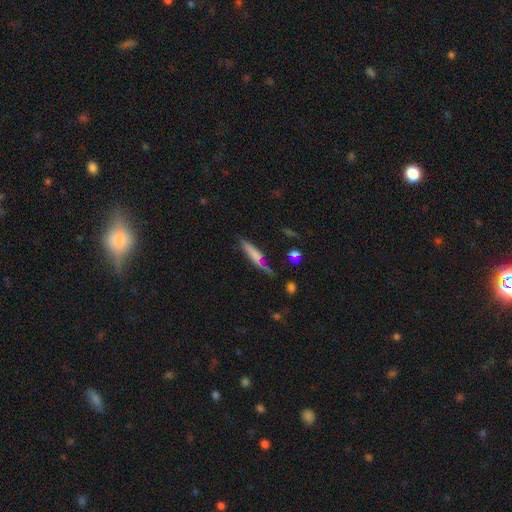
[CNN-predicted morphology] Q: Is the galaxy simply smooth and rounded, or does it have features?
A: smooth — 55%.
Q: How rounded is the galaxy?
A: cigar-shaped — 84%.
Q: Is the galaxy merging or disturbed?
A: none — 55%.